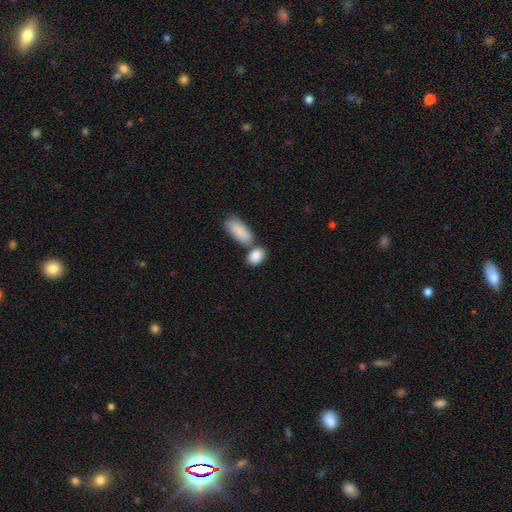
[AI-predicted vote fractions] Smooth or featured? smooth (87%)
How rounded? in between (85%)
Merging? none (48%)